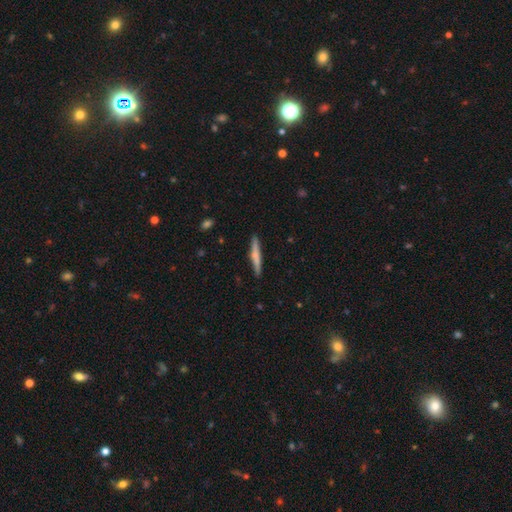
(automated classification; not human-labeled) Smooth or featured: smooth — 54% (featured or disk — 40%)
How rounded: cigar-shaped — 94% (in between — 4%)
Merging: none — 89% (minor disturbance — 8%)